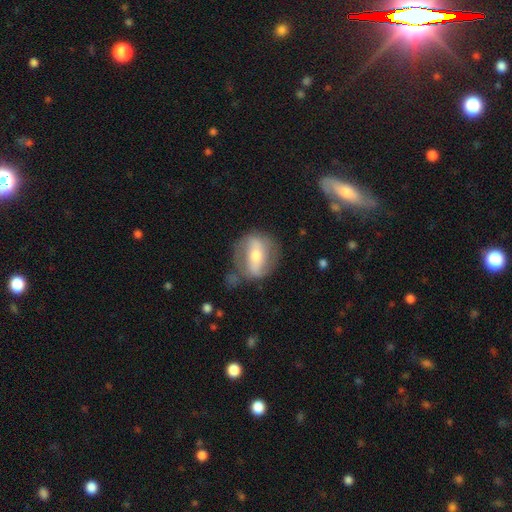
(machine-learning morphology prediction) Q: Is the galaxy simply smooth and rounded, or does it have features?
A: featured or disk — 67%.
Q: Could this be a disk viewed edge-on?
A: no — 88%.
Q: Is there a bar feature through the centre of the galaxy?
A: strong — 58%.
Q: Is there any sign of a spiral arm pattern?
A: yes — 65%.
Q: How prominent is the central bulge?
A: moderate — 60%.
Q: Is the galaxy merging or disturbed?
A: none — 66%.